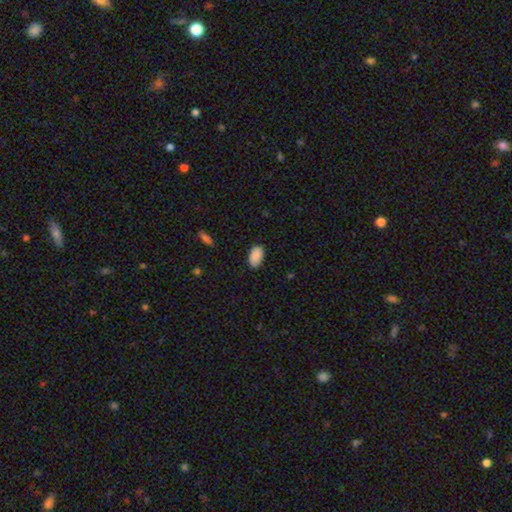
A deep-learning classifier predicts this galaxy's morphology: type=smooth (90%); roundness=in between (94%); merging=none (87%).